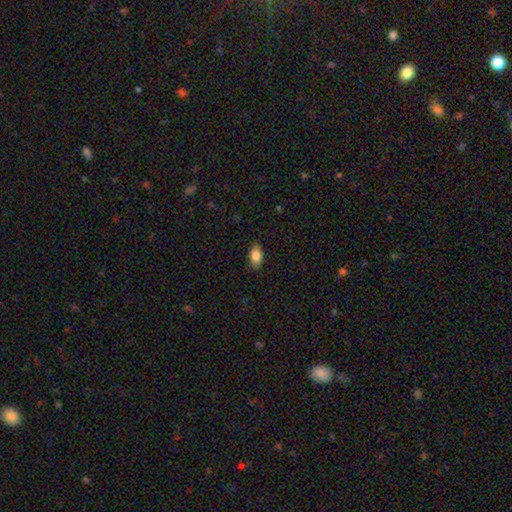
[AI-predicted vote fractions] This appears to be a smooth galaxy with no disk features (84%) that is in between round and cigar-shaped (91%). Merging: none (84%).